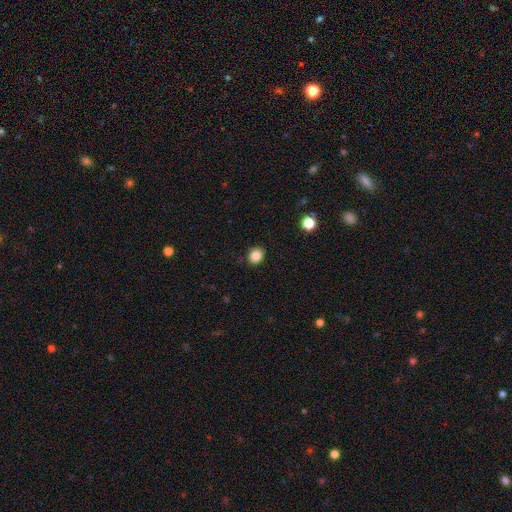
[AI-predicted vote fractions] A smooth galaxy with no disk features (85%) that is round (62%).

Vote fractions:
- Smooth or featured? smooth: 85% / star or artifact: 11% / featured or disk: 5%
- How rounded? round: 62% / in between: 37% / cigar-shaped: 1%
- Merging? none: 89% / minor disturbance: 8% / major disturbance: 2% / merger: 1%